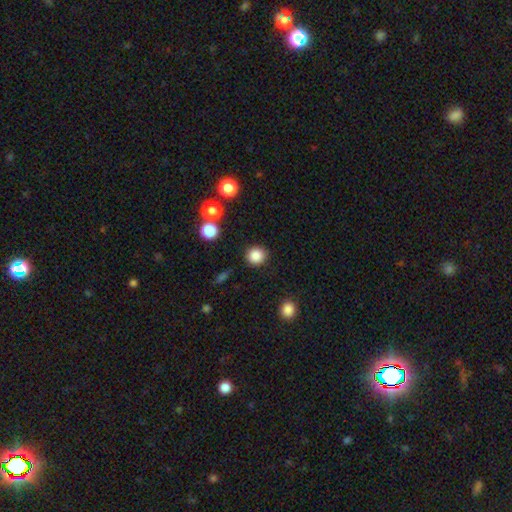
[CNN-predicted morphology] A smooth galaxy with no disk features (86%) that is round (90%).

Vote fractions:
- Smooth or featured? smooth: 86% / star or artifact: 10% / featured or disk: 4%
- How rounded? round: 90% / in between: 9% / cigar-shaped: 1%
- Merging? none: 89% / minor disturbance: 6% / major disturbance: 2% / merger: 2%